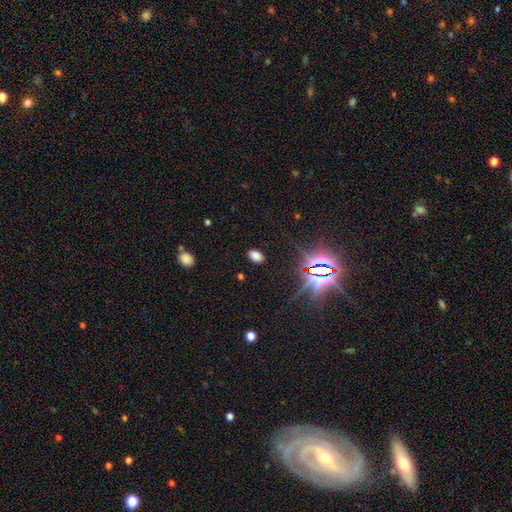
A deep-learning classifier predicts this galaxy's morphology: Smooth or featured? Predicted: smooth (p=0.71). How rounded? Predicted: in between (p=0.89). Merging? Predicted: none (p=0.87).